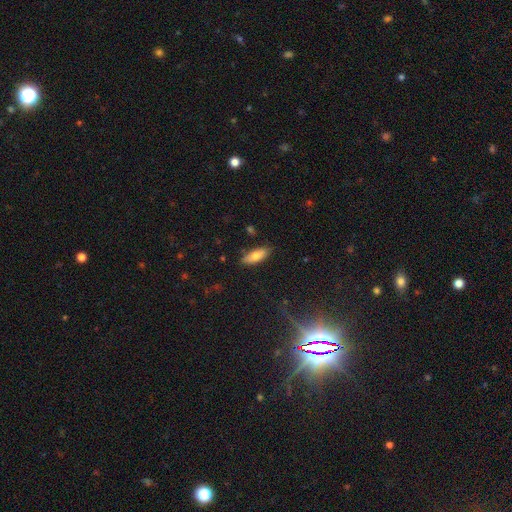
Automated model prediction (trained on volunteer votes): Q: Smooth or featured?
A: smooth (73%); runner-up: featured or disk (19%)
Q: How rounded?
A: in between (73%); runner-up: cigar-shaped (25%)
Q: Merging?
A: none (81%); runner-up: minor disturbance (15%)